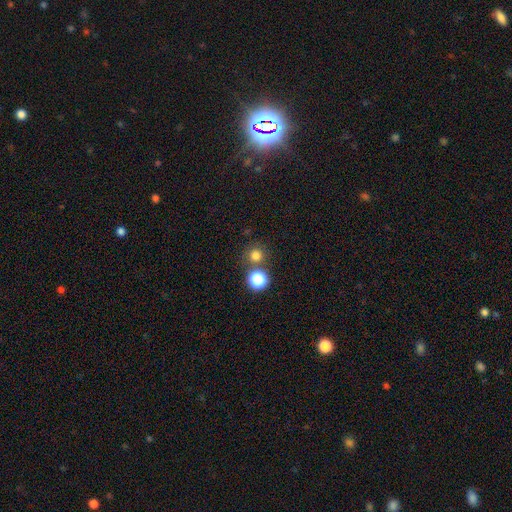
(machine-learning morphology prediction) This is likely a smooth galaxy (75%). How rounded: clearly round (93%). Merging: likely none (72%).